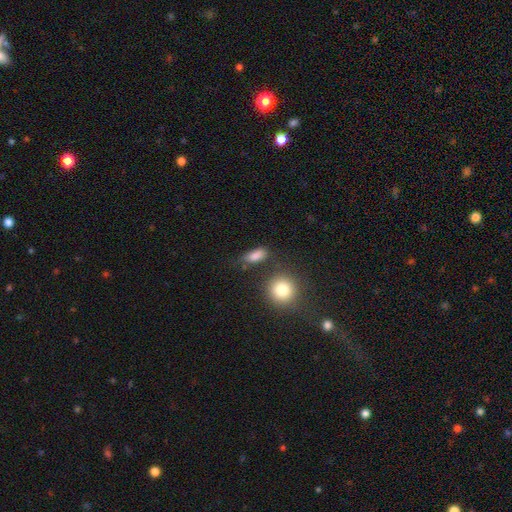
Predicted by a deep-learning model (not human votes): Overall: smooth (83%). How rounded: in between (74%). Merging: none (64%).